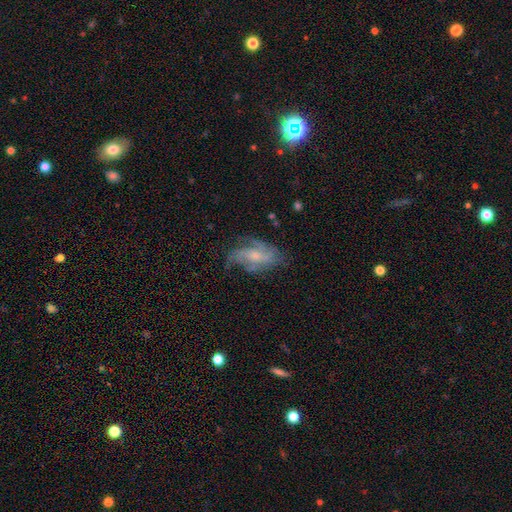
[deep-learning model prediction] A featured or disk galaxy (71%) with no bar (56%), medium (44%) spiral arms (86%) and a small central bulge (49%).

Vote fractions:
- Smooth or featured? featured or disk: 71% / smooth: 21% / star or artifact: 8%
- Edge-on disk? no: 93% / yes: 7%
- Bar? no: 56% / weak: 35% / strong: 9%
- Spiral arms? yes: 86% / no: 14%
- Spiral winding? medium: 44% / loose: 29% / tight: 28%
- Spiral arm count? can't tell: 30% / 2: 27% / 3: 24% / 4: 9% / 1: 6% / more than 4: 4%
- Bulge size? small: 49% / moderate: 37% / none: 10% / large: 3% / dominant: 1%
- Merging? none: 57% / minor disturbance: 24% / major disturbance: 17% / merger: 2%